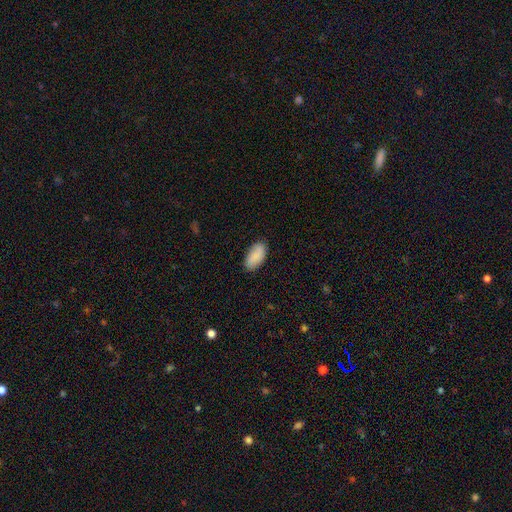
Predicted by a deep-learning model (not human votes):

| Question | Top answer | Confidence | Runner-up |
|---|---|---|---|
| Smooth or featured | smooth | 89% | star or artifact (6%) |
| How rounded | in between | 92% | cigar-shaped (6%) |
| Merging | none | 86% | minor disturbance (11%) |